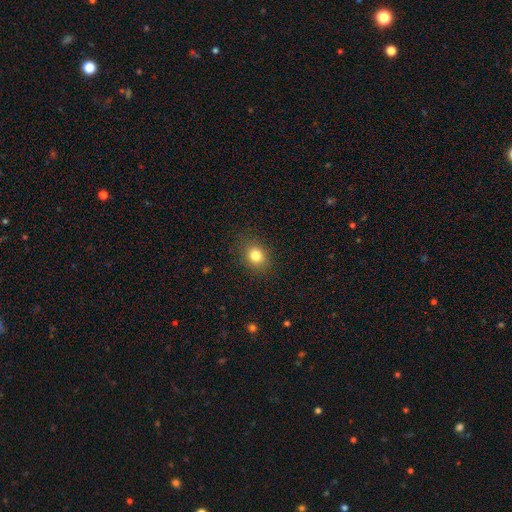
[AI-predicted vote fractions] Morphology: type=smooth (81%); roundness=round (62%); merging=none (86%).